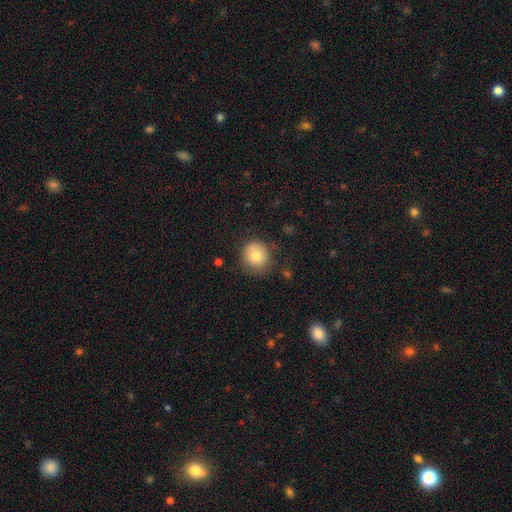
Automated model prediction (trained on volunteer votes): Morphology: type=smooth (78%); roundness=round (86%); merging=none (79%).